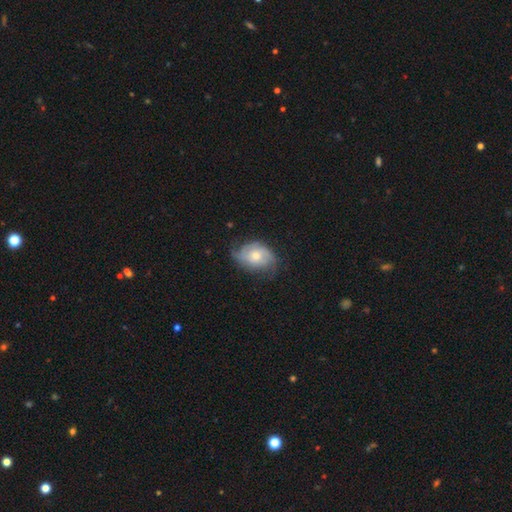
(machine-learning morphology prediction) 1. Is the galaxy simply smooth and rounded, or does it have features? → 61% featured or disk, 32% smooth, 7% star or artifact.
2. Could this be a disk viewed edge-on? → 96% no, 4% yes.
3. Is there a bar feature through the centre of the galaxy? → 77% no, 20% weak, 3% strong.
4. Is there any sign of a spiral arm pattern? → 85% yes, 15% no.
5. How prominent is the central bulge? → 62% moderate, 30% small, 6% large, 2% none, 1% dominant.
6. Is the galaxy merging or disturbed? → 57% none, 30% minor disturbance, 12% major disturbance, 1% merger.